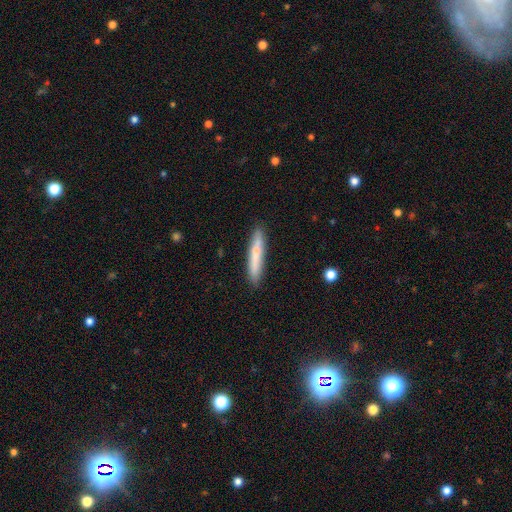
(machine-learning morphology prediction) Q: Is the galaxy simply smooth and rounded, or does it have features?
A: smooth — 60%.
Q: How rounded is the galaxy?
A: cigar-shaped — 92%.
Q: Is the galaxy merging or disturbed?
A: none — 88%.